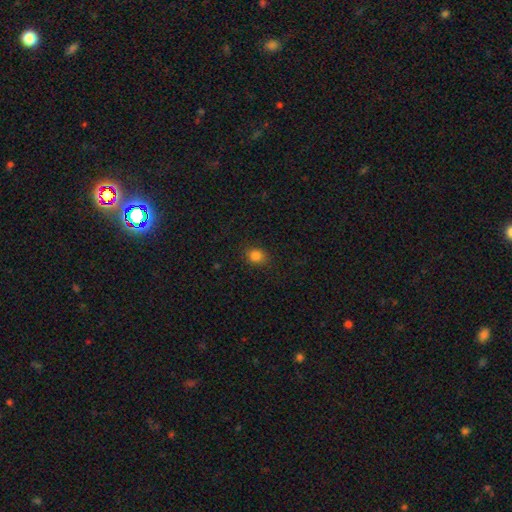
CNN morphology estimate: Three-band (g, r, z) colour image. It shows a smooth galaxy with no disk features (83%) that is round (68%). Merging: none (86%).